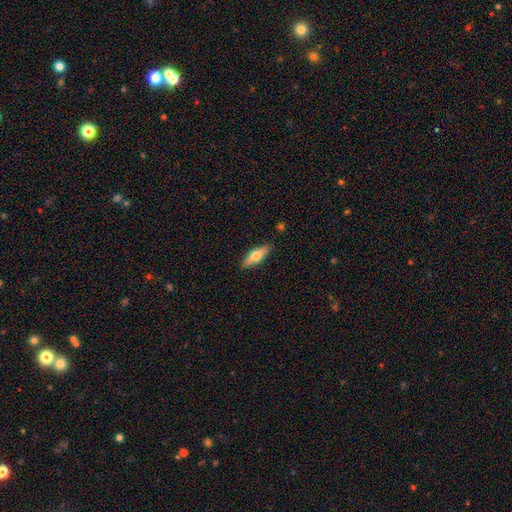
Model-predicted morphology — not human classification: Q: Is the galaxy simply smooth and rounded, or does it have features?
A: smooth — 56%.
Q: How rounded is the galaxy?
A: in between — 54%.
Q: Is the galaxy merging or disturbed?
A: none — 87%.